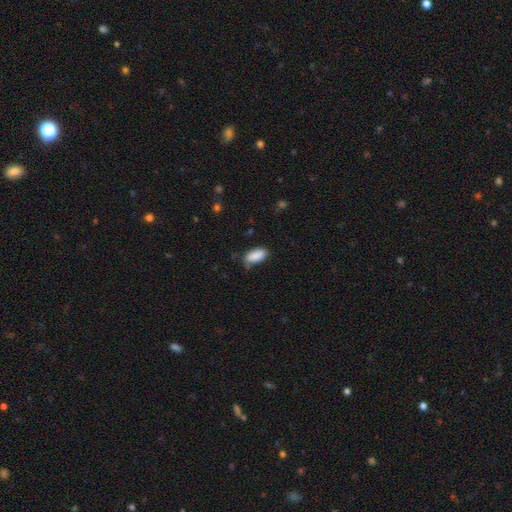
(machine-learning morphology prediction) type=smooth (88%); roundness=in between (93%); merging=none (67%).